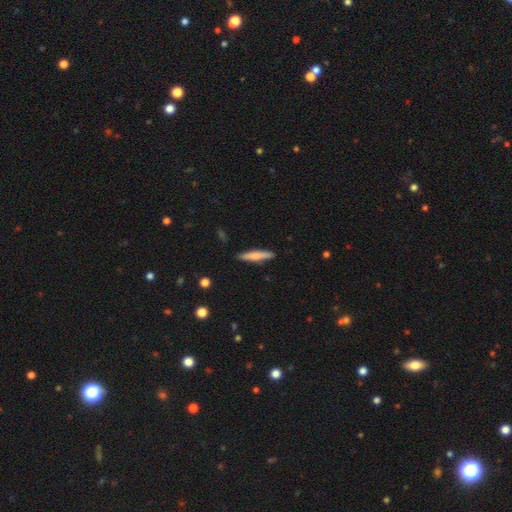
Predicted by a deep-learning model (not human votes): smooth 69%, featured or disk 26%, star or artifact 5%. Down the decision tree: how rounded — cigar-shaped (90%); merging — none (88%).